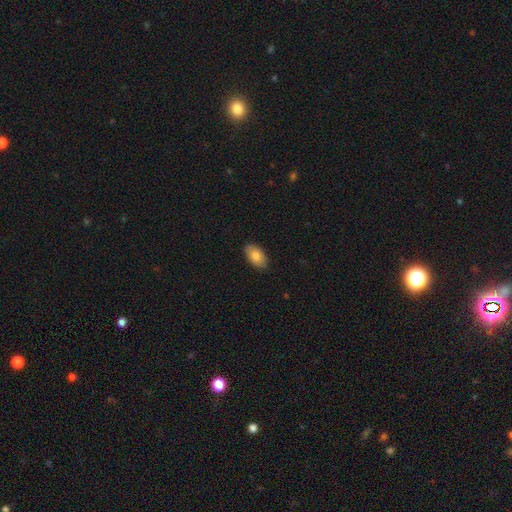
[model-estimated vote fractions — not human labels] This appears to be a smooth galaxy with no disk features (84%) that is in between round and cigar-shaped (94%). Merging: none (87%).